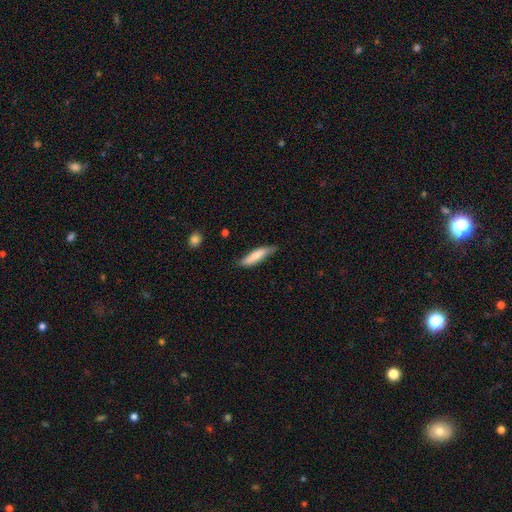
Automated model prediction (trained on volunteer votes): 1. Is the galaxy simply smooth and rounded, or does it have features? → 77% smooth, 17% featured or disk, 6% star or artifact.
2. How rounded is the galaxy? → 74% cigar-shaped, 24% in between, 2% round.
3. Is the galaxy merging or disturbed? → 68% none, 26% minor disturbance, 4% major disturbance, 2% merger.